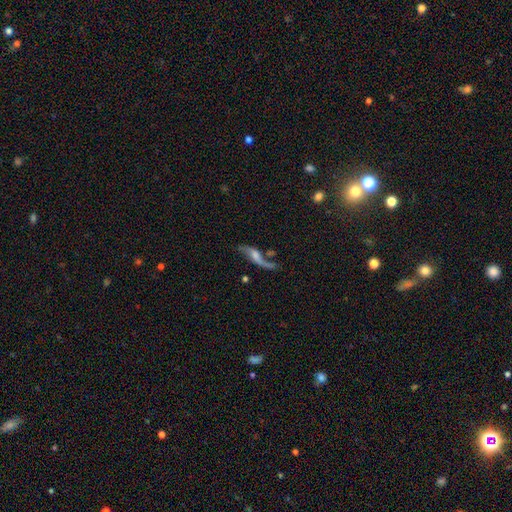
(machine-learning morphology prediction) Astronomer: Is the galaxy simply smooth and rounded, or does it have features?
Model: featured or disk — 77%.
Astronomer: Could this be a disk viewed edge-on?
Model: no — 81%.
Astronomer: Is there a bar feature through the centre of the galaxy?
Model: no — 51% (runner-up: weak, 36%).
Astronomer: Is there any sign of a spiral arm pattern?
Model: yes — 88%.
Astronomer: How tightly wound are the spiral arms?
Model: loose — 91%.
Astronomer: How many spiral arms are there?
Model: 2 — 84%.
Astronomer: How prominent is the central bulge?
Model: moderate — 35% (runner-up: small, 34%).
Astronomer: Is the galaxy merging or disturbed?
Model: none — 50%.